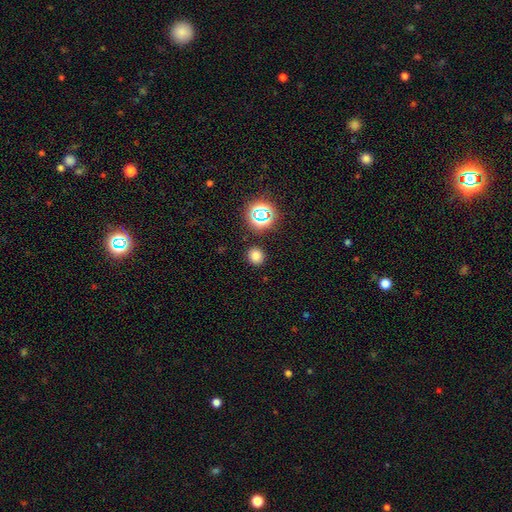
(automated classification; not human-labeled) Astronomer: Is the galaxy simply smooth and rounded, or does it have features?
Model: smooth — 74%.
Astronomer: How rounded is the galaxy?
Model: round — 83%.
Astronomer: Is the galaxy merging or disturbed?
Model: none — 89%.